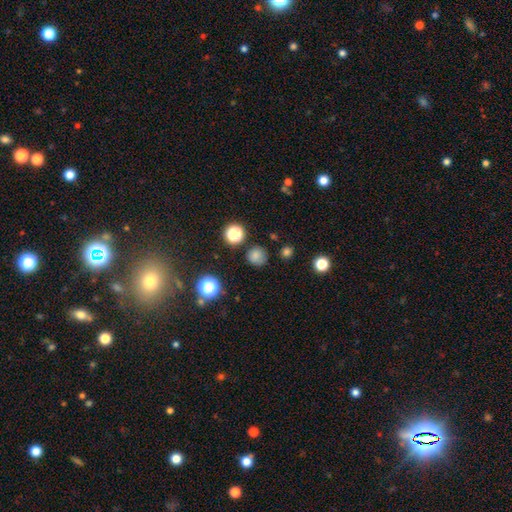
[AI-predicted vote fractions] smooth 75%, star or artifact 19%, featured or disk 6%. Down the decision tree: how rounded — round (90%); merging — none (79%).